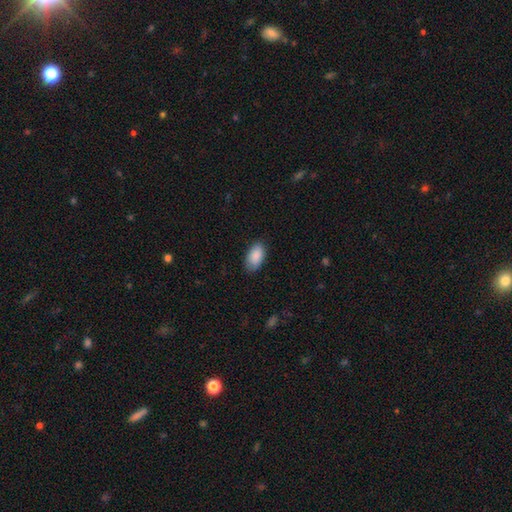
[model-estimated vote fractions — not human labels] smooth-or-featured: smooth: 89% | star or artifact: 6% | featured or disk: 5%
  how-rounded: in between: 95% | round: 3% | cigar-shaped: 2%
  merging: none: 83% | minor disturbance: 14% | major disturbance: 3% | merger: 1%